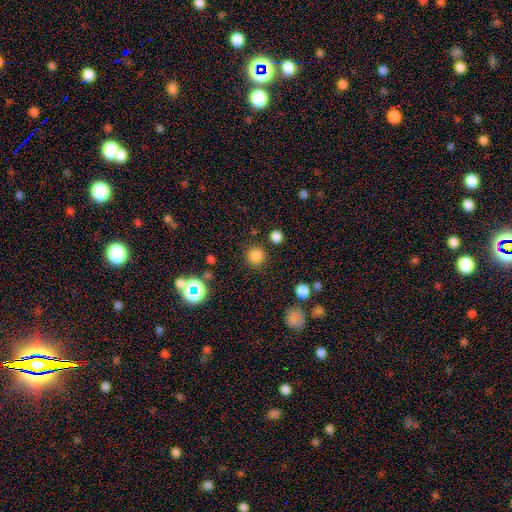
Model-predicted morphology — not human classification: Q: Smooth or featured?
A: smooth (80%); runner-up: star or artifact (16%)
Q: How rounded?
A: round (95%); runner-up: in between (4%)
Q: Merging?
A: none (88%); runner-up: minor disturbance (6%)